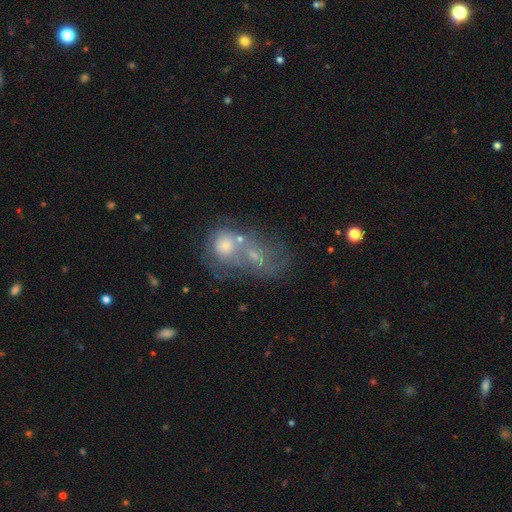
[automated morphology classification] smooth_or_featured: featured or disk (p=0.52) [alt: smooth p=0.34]
disk_edge_on: no (p=0.95) [alt: yes p=0.05]
merging: merger (p=0.55) [alt: none p=0.23]